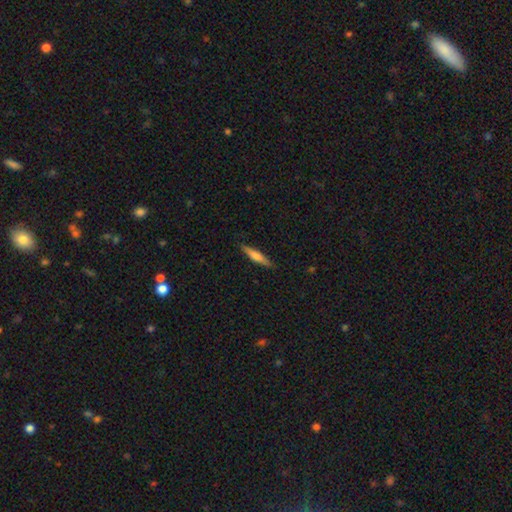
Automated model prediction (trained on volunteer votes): This appears to be a smooth galaxy with no disk features (60%) that is cigar-shaped (87%). Merging: none (88%).